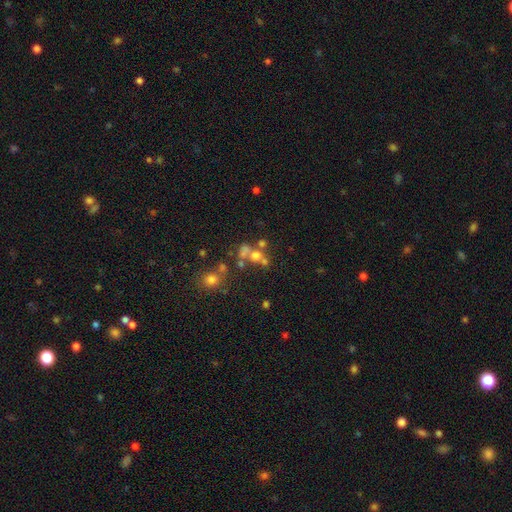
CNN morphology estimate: Smooth or featured: smooth — 52% (featured or disk — 25%)
How rounded: round — 74% (in between — 24%)
Merging: merger — 44% (none — 38%)